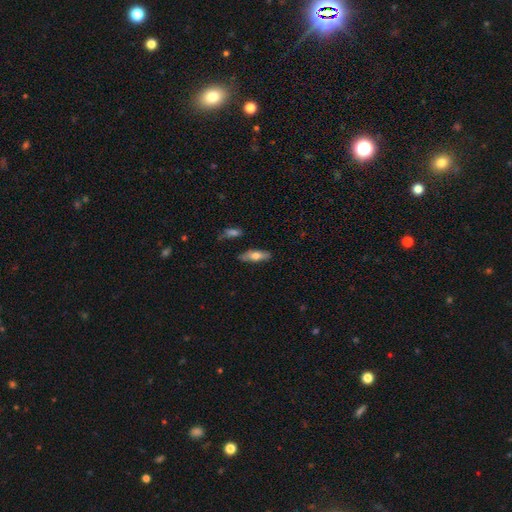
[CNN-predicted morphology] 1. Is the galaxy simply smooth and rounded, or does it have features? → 63% smooth, 31% featured or disk, 6% star or artifact.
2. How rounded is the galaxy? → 58% in between, 39% cigar-shaped, 3% round.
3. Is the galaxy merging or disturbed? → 81% none, 14% minor disturbance, 3% major disturbance, 3% merger.